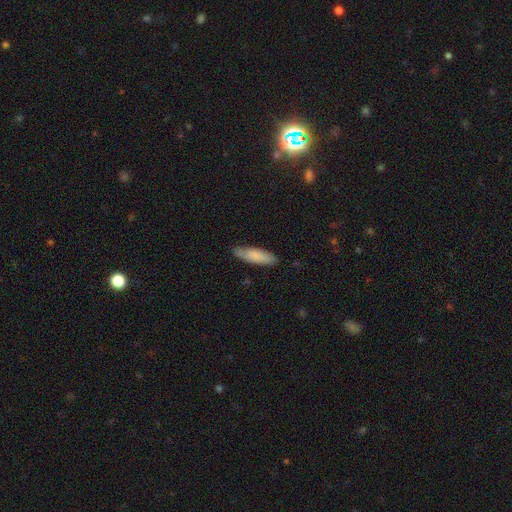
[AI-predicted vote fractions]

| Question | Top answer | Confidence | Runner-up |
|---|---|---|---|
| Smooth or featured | smooth | 82% | featured or disk (13%) |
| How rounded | cigar-shaped | 60% | in between (39%) |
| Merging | none | 80% | minor disturbance (16%) |